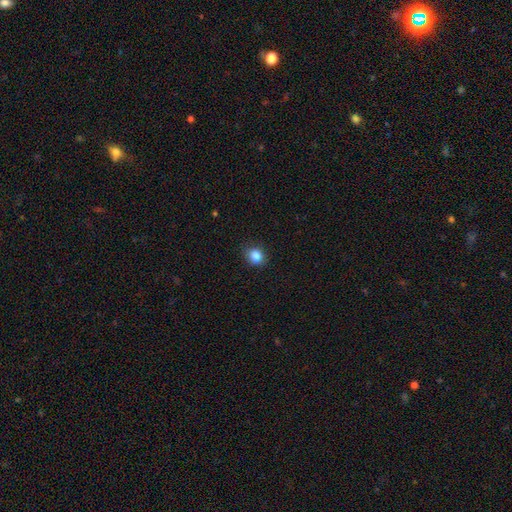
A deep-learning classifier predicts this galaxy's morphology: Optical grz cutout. It shows a smooth galaxy with no disk features (87%) that is round (67%). Merging: none (82%).